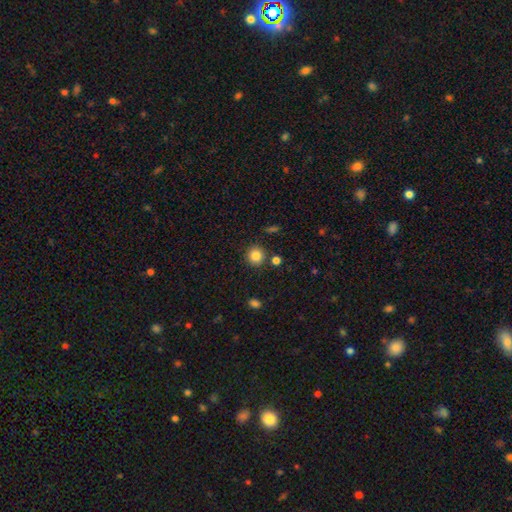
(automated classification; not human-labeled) A smooth galaxy with no disk features (84%) that is round (91%). Merging: none (85%).